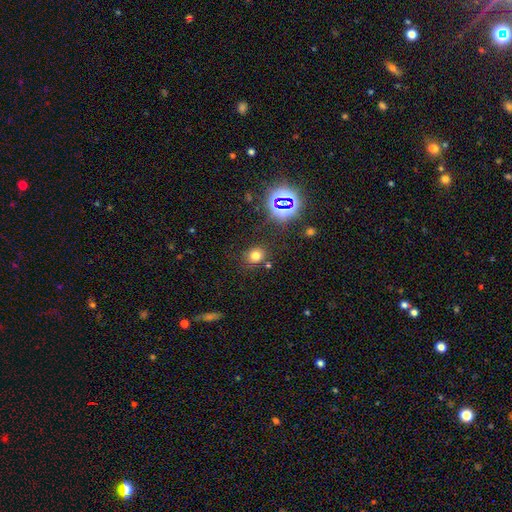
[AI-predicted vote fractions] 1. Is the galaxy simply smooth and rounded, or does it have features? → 71% smooth, 22% star or artifact, 8% featured or disk.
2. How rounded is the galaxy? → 69% round, 30% in between, 1% cigar-shaped.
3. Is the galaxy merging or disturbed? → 80% none, 11% minor disturbance, 5% merger, 4% major disturbance.